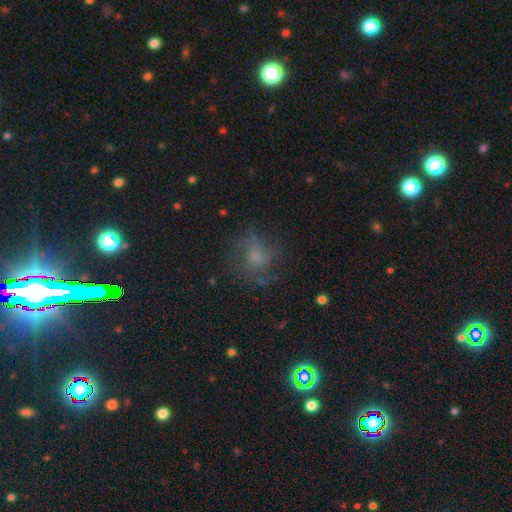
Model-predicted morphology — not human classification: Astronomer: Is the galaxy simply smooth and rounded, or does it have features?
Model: smooth — 53% (runner-up: featured or disk, 30%).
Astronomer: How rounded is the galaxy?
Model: round — 71%.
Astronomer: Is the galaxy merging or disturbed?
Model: none — 59%.